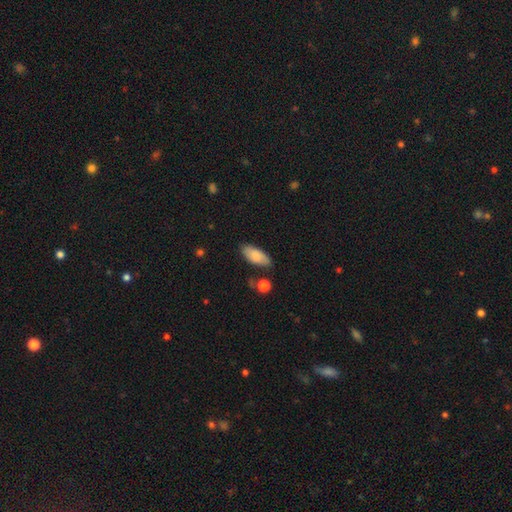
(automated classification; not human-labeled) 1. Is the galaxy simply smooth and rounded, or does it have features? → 80% smooth, 14% featured or disk, 6% star or artifact.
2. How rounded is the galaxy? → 86% in between, 11% cigar-shaped, 2% round.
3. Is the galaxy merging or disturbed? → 76% none, 17% minor disturbance, 4% merger, 4% major disturbance.